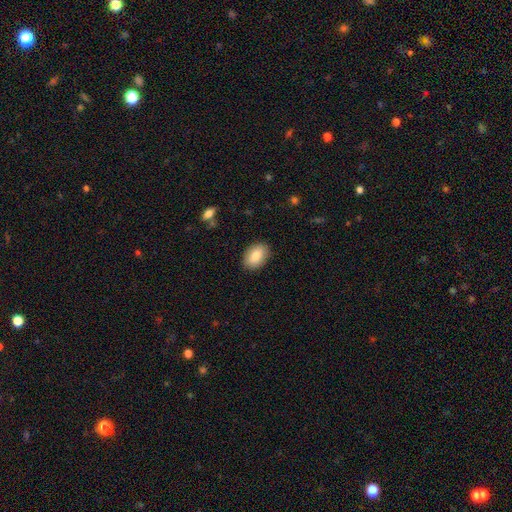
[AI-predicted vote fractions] Q: Smooth or featured?
A: smooth (84%); runner-up: featured or disk (9%)
Q: How rounded?
A: in between (88%); runner-up: round (11%)
Q: Merging?
A: none (88%); runner-up: minor disturbance (9%)